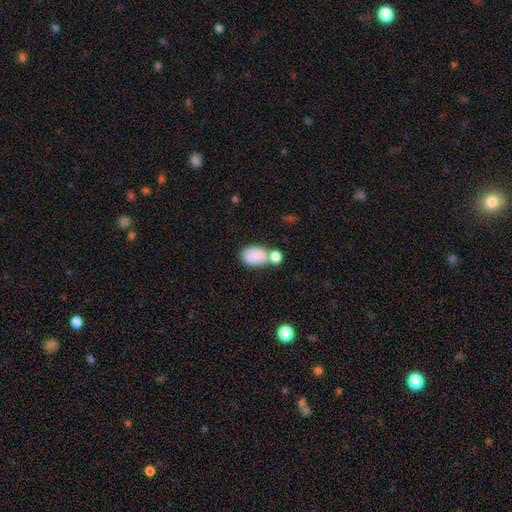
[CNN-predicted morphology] Smooth or featured?
  - smooth: 83% *
  - featured or disk: 9%
  - star or artifact: 8%
How rounded?
  - in between: 88% *
  - round: 11%
  - cigar-shaped: 1%
Merging?
  - merger: 40% *
  - none: 39%
  - minor disturbance: 15%
  - major disturbance: 6%